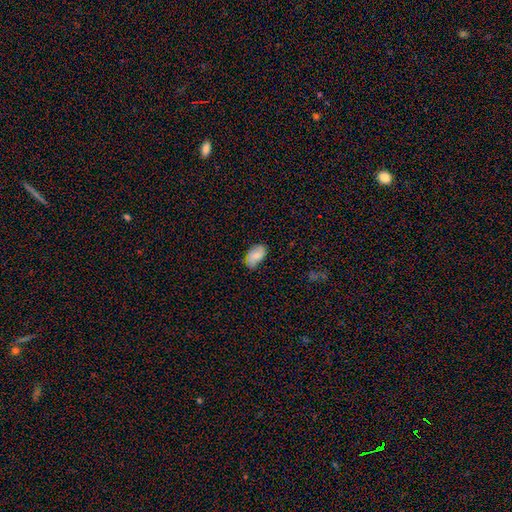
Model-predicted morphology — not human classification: type=smooth (78%); roundness=in between (92%); merging=none (66%).